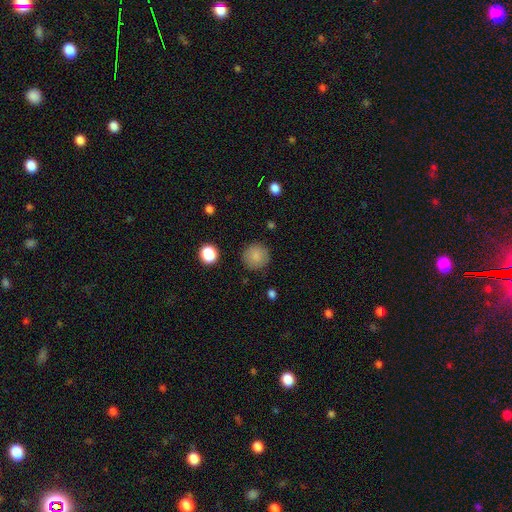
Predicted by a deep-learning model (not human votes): Smooth or featured?
  - smooth: 85% *
  - star or artifact: 9%
  - featured or disk: 6%
How rounded?
  - round: 94% *
  - in between: 5%
  - cigar-shaped: 1%
Merging?
  - none: 88% *
  - minor disturbance: 8%
  - major disturbance: 3%
  - merger: 1%